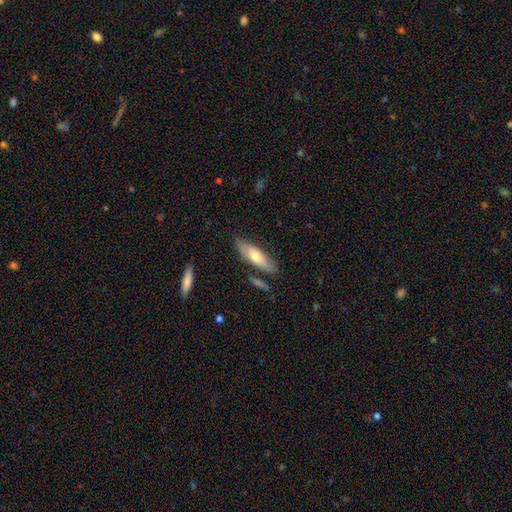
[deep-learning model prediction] Morphology: type=smooth (59%); roundness=in between (49%); merging=none (78%).